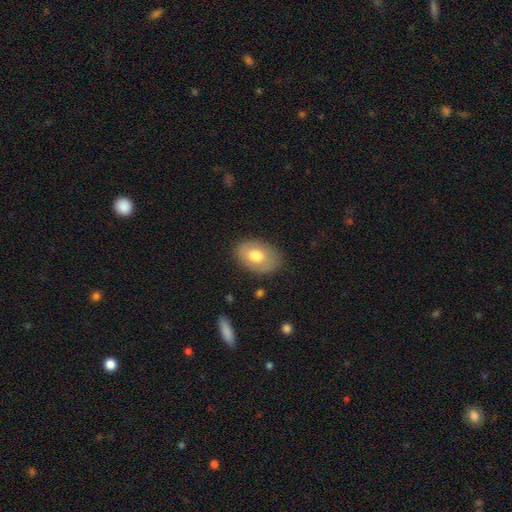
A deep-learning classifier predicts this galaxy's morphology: Overall: smooth (68%). How rounded: in between (82%). Merging: none (80%).